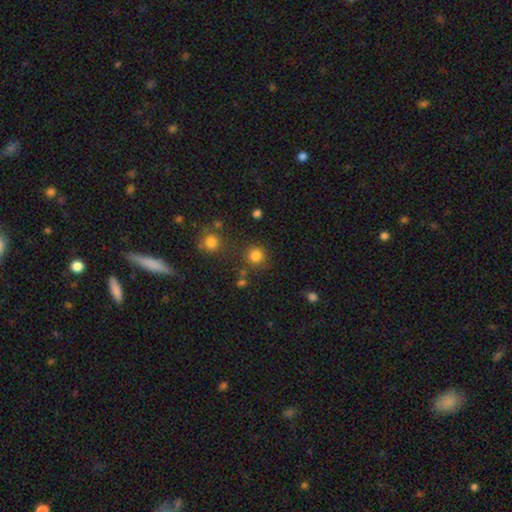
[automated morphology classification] smooth 82%, star or artifact 14%, featured or disk 5%. Down the decision tree: how rounded — round (93%); merging — none (80%).